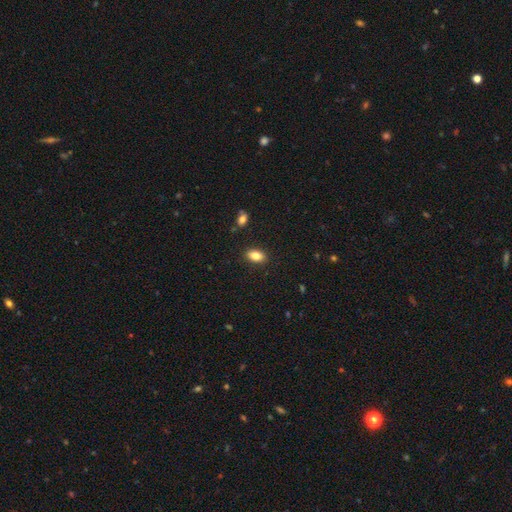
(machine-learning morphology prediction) A smooth galaxy with no disk features (84%) that is in between round and cigar-shaped (90%). Merging: none (88%).